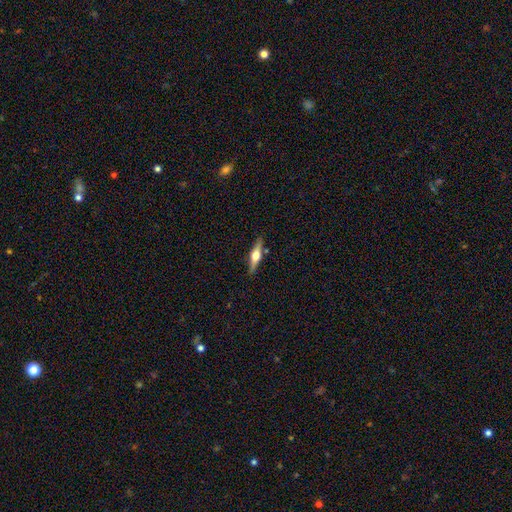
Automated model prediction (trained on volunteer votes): A featured or disk galaxy (62%) viewed edge-on (96%) with a rounded central bulge (94%).

Vote fractions:
- Smooth or featured? featured or disk: 62% / smooth: 32% / star or artifact: 6%
- Edge-on disk? yes: 96% / no: 4%
- Edge-on bulge? rounded: 94% / boxy: 5% / none: 2%
- Merging? none: 86% / minor disturbance: 10% / major disturbance: 2% / merger: 2%